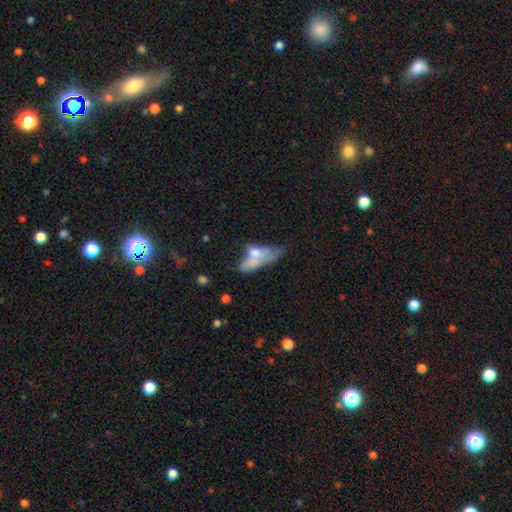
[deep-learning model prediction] Smooth or featured: smooth — 60% (featured or disk — 32%)
How rounded: in between — 70% (cigar-shaped — 25%)
Merging: merger — 38% (major disturbance — 26%)